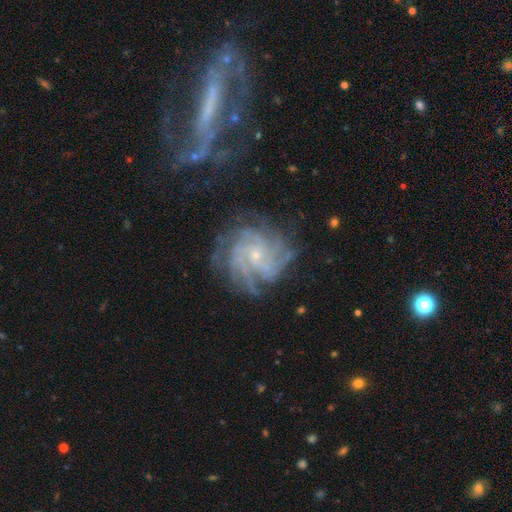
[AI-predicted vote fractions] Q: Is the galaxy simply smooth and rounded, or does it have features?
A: featured or disk — 85%.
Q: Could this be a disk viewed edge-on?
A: no — 98%.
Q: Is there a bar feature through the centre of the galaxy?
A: no — 69%.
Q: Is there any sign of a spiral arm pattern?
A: yes — 97%.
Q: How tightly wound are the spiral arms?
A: tight — 62%.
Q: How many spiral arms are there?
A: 4 — 28%.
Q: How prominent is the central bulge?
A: small — 83%.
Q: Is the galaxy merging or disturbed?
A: none — 70%.